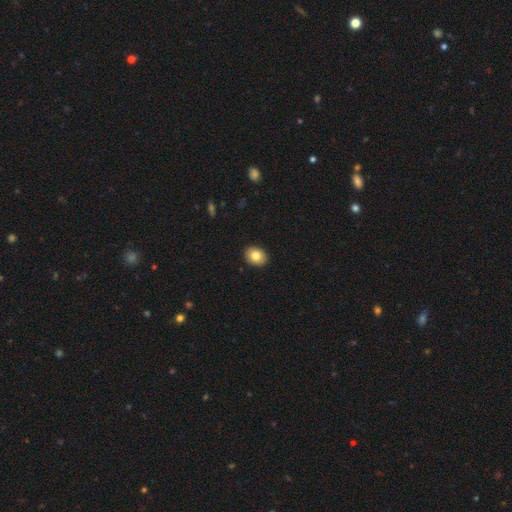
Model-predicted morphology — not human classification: This is clearly a smooth galaxy (82%). How rounded: possibly in between (59%). Merging: clearly none (91%).